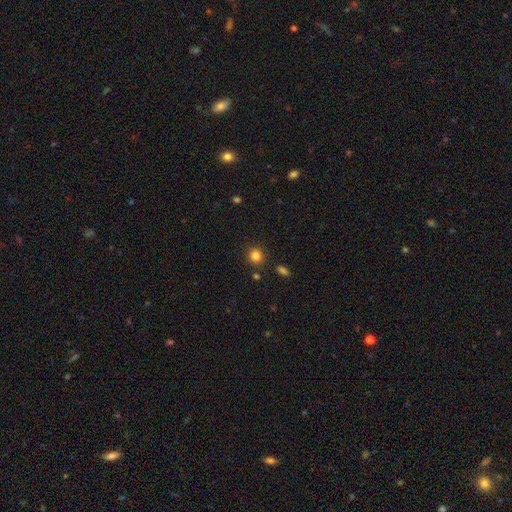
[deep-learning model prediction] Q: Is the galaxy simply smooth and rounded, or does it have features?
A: smooth — 83%.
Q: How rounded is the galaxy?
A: round — 86%.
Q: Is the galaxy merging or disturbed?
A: none — 88%.